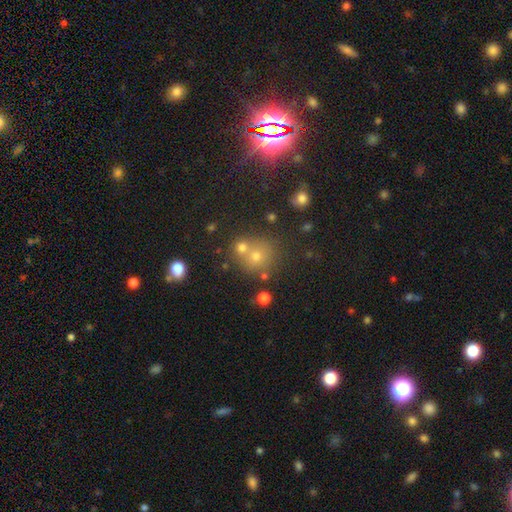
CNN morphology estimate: smooth 57%, star or artifact 29%, featured or disk 14%. Down the decision tree: how rounded — round (86%); merging — none (55%).